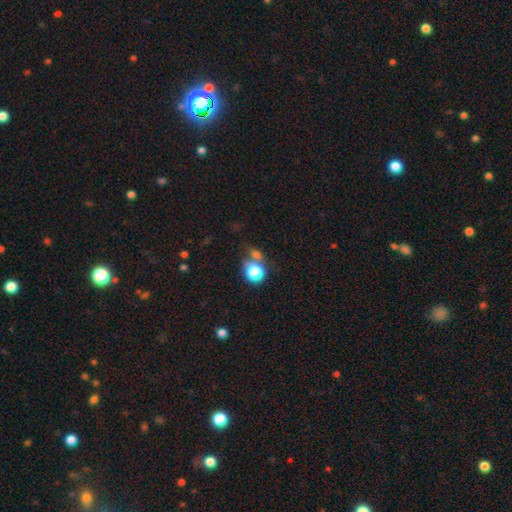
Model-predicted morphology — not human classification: This is likely a smooth galaxy (66%). How rounded: likely round (72%). Merging: possibly none (55%).